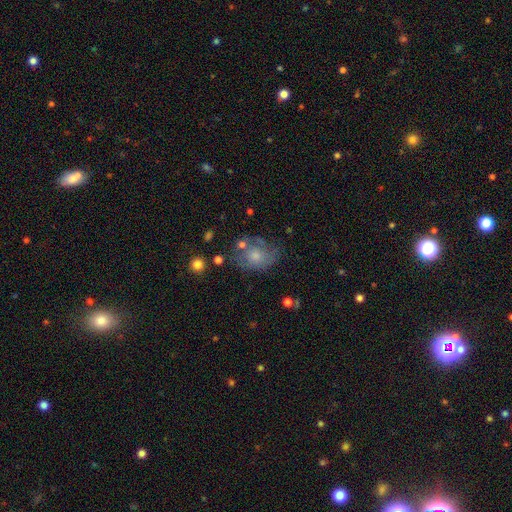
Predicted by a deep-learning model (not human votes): This appears to be a smooth galaxy with no disk features (53%) that is in between round and cigar-shaped (56%). Merging: none (47%).